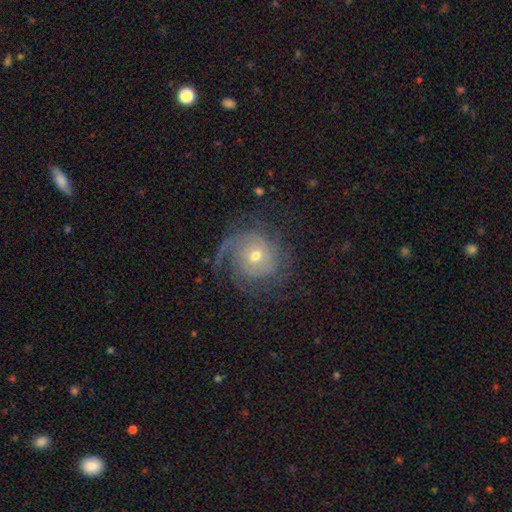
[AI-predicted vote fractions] Overall: featured or disk (76%). Edge-on disk: no (97%). Bar: no (74%). Spiral arms: yes (92%). Spiral arm count: can't tell (30%; 2 22%). Spiral winding: tight (52%; medium 31%). Bulge size: small (48%; moderate 47%). Merging: none (65%).